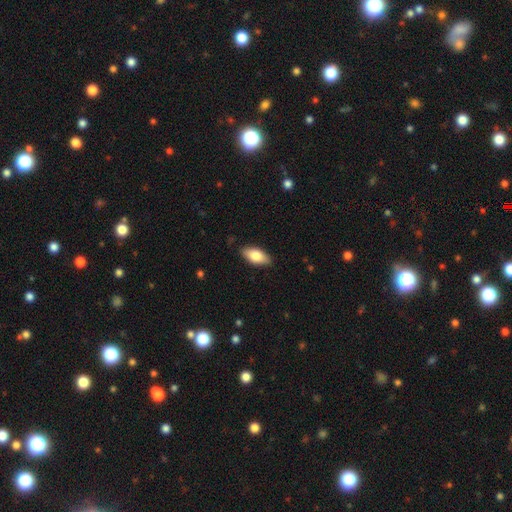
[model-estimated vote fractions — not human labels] A smooth galaxy with no disk features (78%) that is in between round and cigar-shaped (88%).

Vote fractions:
- Smooth or featured? smooth: 78% / featured or disk: 16% / star or artifact: 6%
- How rounded? in between: 88% / cigar-shaped: 9% / round: 3%
- Merging? none: 87% / minor disturbance: 10% / major disturbance: 2% / merger: 1%